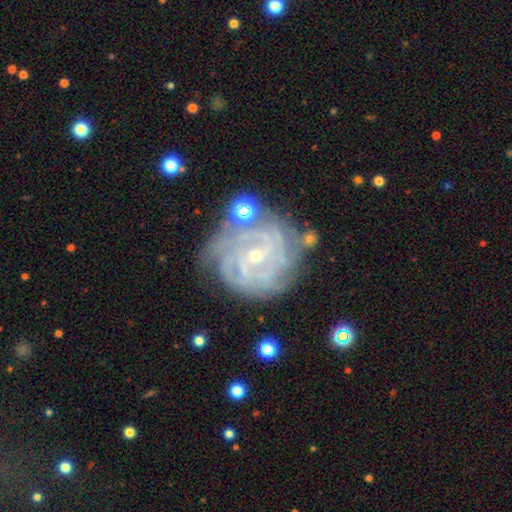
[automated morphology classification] The model was most divided on "spiral arm count": 4: 28%, can't tell: 24%, 3: 21%, 2: 12%, more than 4: 10%, 1: 6%. Remaining: edge-on disk — no (97%); spiral arms — yes (97%); smooth or featured — featured or disk (89%); spiral winding — tight (79%); bulge size — small (72%); merging — none (70%); bar — no (48%).